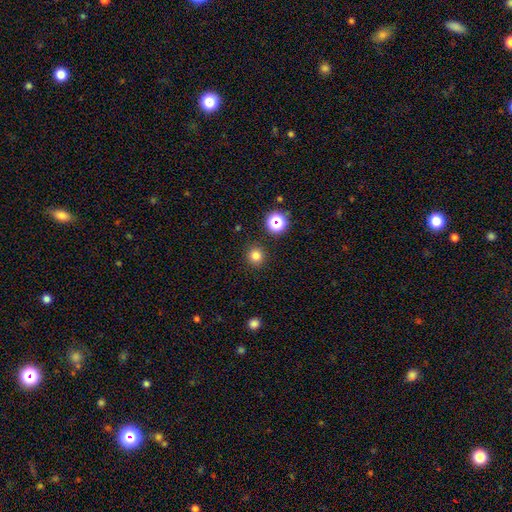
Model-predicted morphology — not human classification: A smooth galaxy with no disk features (79%) that is round (92%). Merging: none (90%).